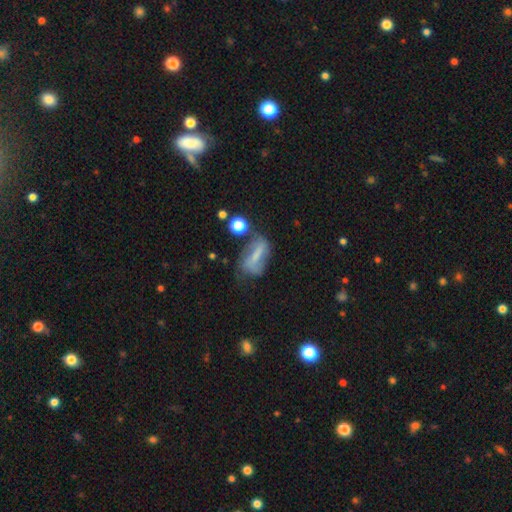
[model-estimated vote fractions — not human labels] Overall: featured or disk (46%; smooth 42%). Merging: none (39%; minor disturbance 27%).